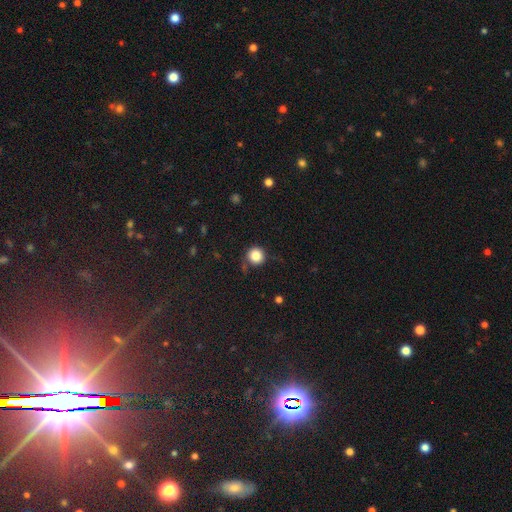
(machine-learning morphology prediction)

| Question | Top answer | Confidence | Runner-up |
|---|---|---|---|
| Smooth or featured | smooth | 85% | star or artifact (10%) |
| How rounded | round | 94% | in between (5%) |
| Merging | none | 81% | minor disturbance (12%) |